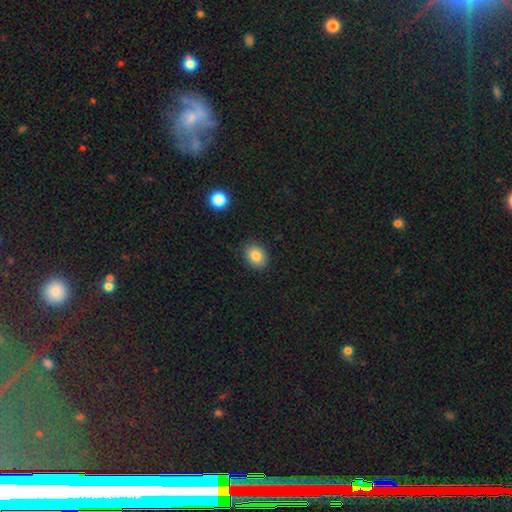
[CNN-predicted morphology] This appears to be a smooth galaxy with no disk features (84%) that is in between round and cigar-shaped (53%). Merging: none (87%).